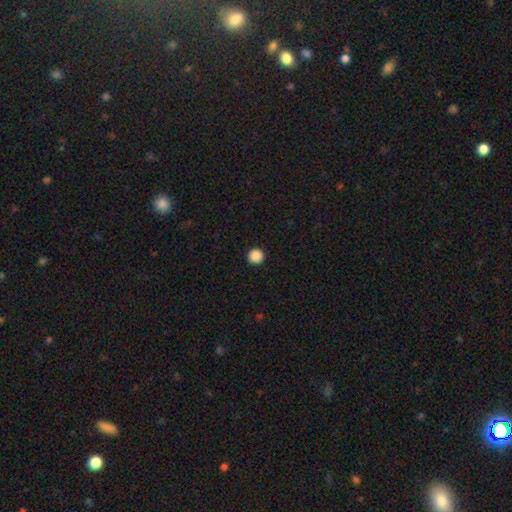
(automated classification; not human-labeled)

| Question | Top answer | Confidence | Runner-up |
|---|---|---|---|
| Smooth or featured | smooth | 88% | star or artifact (10%) |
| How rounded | round | 96% | in between (3%) |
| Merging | none | 94% | minor disturbance (4%) |